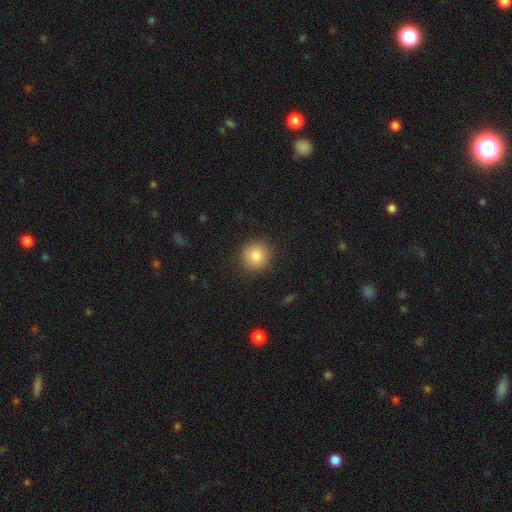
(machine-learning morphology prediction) Smooth or featured? smooth (84%)
How rounded? round (91%)
Merging? none (87%)